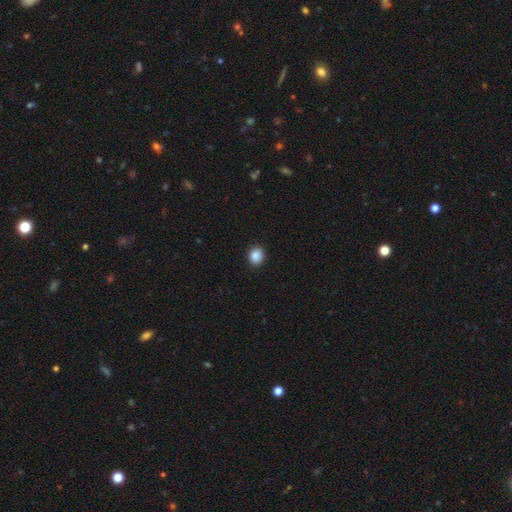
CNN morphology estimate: This is clearly a smooth galaxy (88%). How rounded: likely round (65%). Merging: clearly none (91%).